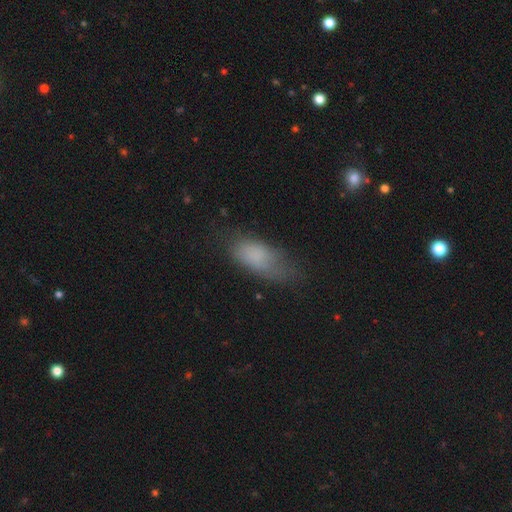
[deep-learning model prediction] This appears to be a smooth galaxy with no disk features (78%) that is in between round and cigar-shaped (84%). Merging: none (50%).